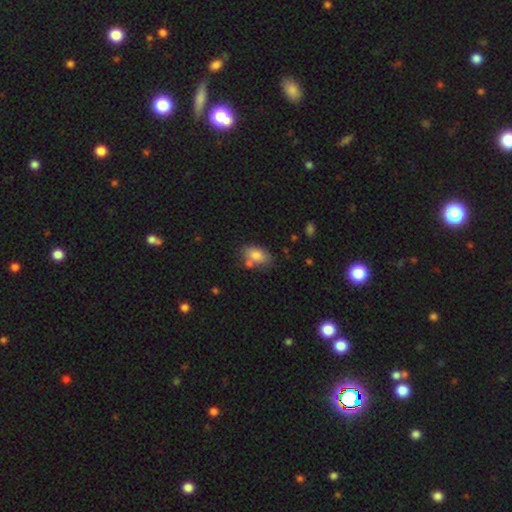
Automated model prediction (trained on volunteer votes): A smooth galaxy with no disk features (81%) that is in between round and cigar-shaped (89%). Merging: none (62%).